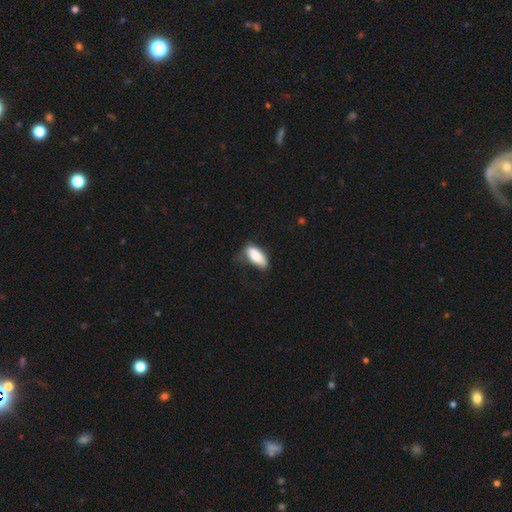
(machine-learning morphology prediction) A smooth galaxy with no disk features (86%) that is in between round and cigar-shaped (87%).

Vote fractions:
- Smooth or featured? smooth: 86% / featured or disk: 8% / star or artifact: 7%
- How rounded? in between: 87% / cigar-shaped: 11% / round: 2%
- Merging? none: 49% / minor disturbance: 36% / major disturbance: 13% / merger: 3%